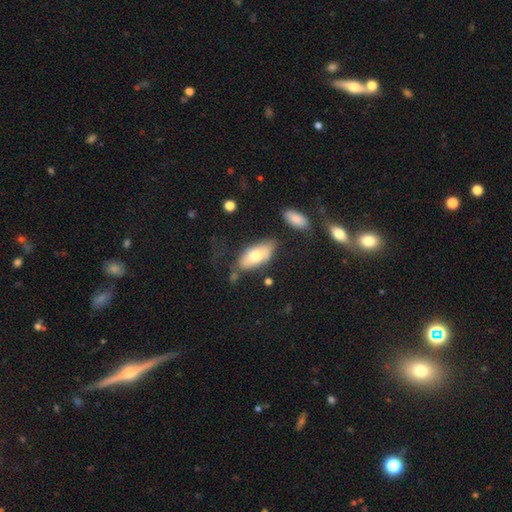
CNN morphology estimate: The model was most divided on "merging": none: 61%, minor disturbance: 22%, major disturbance: 9%, merger: 8%. More confident: how rounded — in between (87%); smooth or featured — smooth (68%).